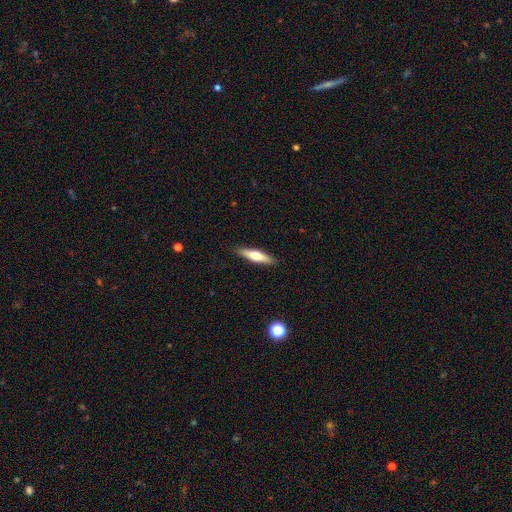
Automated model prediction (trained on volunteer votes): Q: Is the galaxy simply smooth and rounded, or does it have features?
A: smooth — 52%.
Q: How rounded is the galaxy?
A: cigar-shaped — 72%.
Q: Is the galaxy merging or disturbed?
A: none — 90%.